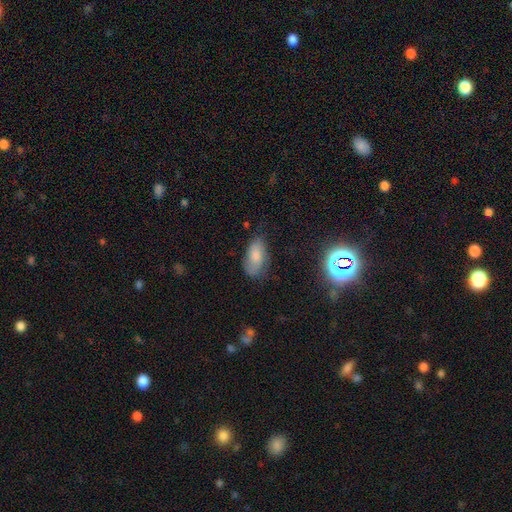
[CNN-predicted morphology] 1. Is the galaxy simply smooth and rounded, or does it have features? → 73% smooth, 17% featured or disk, 10% star or artifact.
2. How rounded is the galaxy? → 92% in between, 4% round, 4% cigar-shaped.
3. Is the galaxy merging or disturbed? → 62% none, 28% minor disturbance, 8% major disturbance, 2% merger.